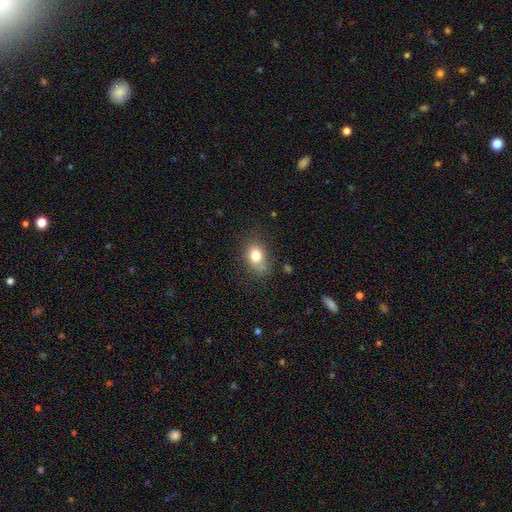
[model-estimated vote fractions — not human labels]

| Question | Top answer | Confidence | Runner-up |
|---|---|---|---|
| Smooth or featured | smooth | 79% | featured or disk (11%) |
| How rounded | in between | 65% | round (34%) |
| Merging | none | 65% | minor disturbance (24%) |